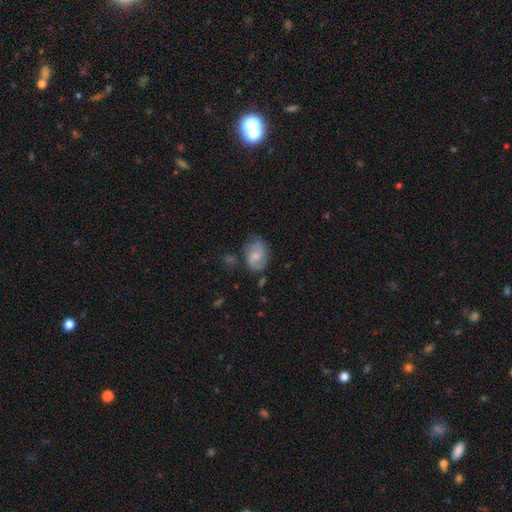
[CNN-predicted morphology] smooth-or-featured: featured or disk: 58% | smooth: 35% | star or artifact: 7%
  disk-edge-on: no: 97% | yes: 3%
    bar: weak: 47% | no: 45% | strong: 7%
    has-spiral-arms: yes: 89% | no: 11%
      spiral-winding: medium: 49% | loose: 28% | tight: 23%
      spiral-arm-count: 2: 81% | can't tell: 10% | 1: 5% | 3: 2% | 4: 1% | more than 4: 1%
    bulge-size: small: 44% | moderate: 36% | none: 16% | large: 4% | dominant: 1%
  merging: none: 61% | minor disturbance: 25% | major disturbance: 9% | merger: 4%